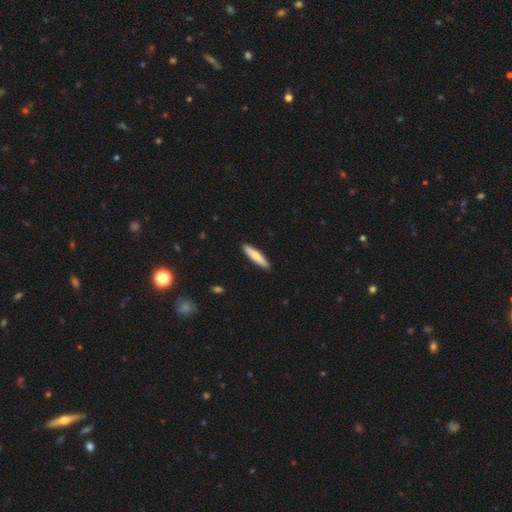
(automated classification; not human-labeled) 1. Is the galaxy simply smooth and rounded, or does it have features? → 69% smooth, 26% featured or disk, 5% star or artifact.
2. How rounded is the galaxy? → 84% cigar-shaped, 15% in between, 1% round.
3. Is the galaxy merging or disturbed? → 91% none, 7% minor disturbance, 1% major disturbance, 1% merger.